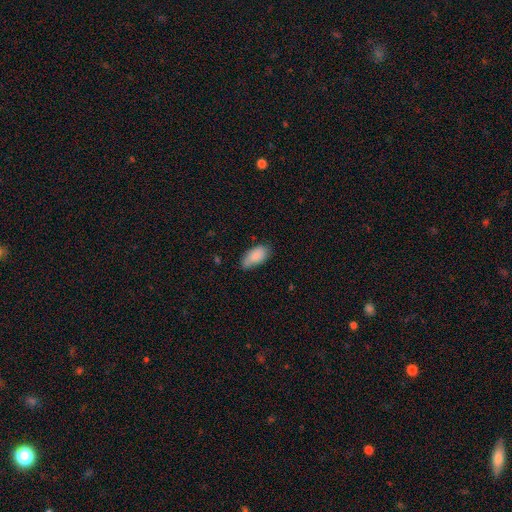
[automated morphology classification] This appears to be a smooth galaxy with no disk features (86%) that is in between round and cigar-shaped (93%). Merging: none (64%).